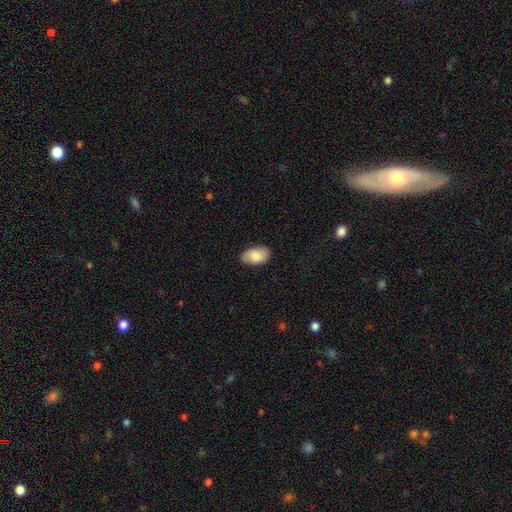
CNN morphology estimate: Q: Smooth or featured?
A: smooth (82%); runner-up: featured or disk (12%)
Q: How rounded?
A: in between (93%); runner-up: round (5%)
Q: Merging?
A: none (85%); runner-up: minor disturbance (12%)